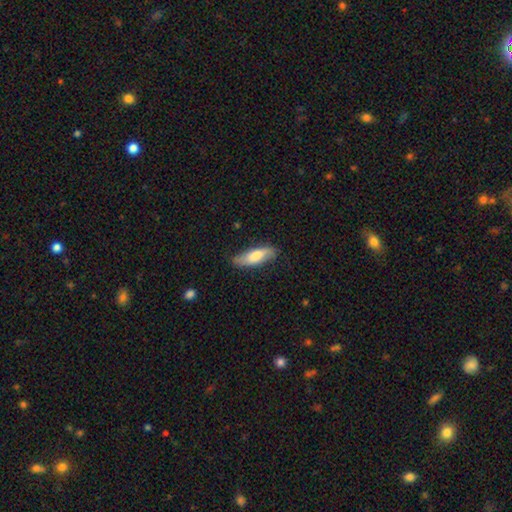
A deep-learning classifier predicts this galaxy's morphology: This appears to be a smooth galaxy with no disk features (68%) that is in between round and cigar-shaped (53%). Merging: none (76%).